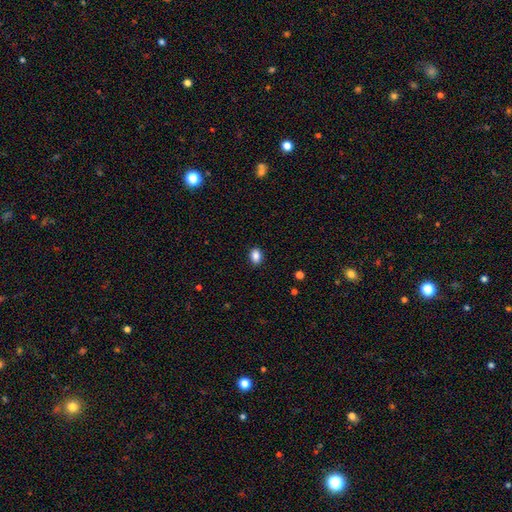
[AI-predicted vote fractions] Q: Smooth or featured?
A: smooth (87%); runner-up: star or artifact (9%)
Q: How rounded?
A: in between (78%); runner-up: round (21%)
Q: Merging?
A: none (89%); runner-up: minor disturbance (8%)